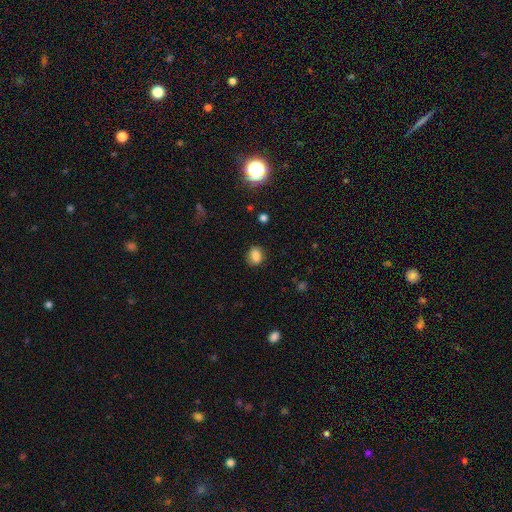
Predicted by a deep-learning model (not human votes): The model was most divided on "how rounded": in between: 53%, round: 45%, cigar-shaped: 1%. More confident: merging — none (84%); smooth or featured — smooth (83%).